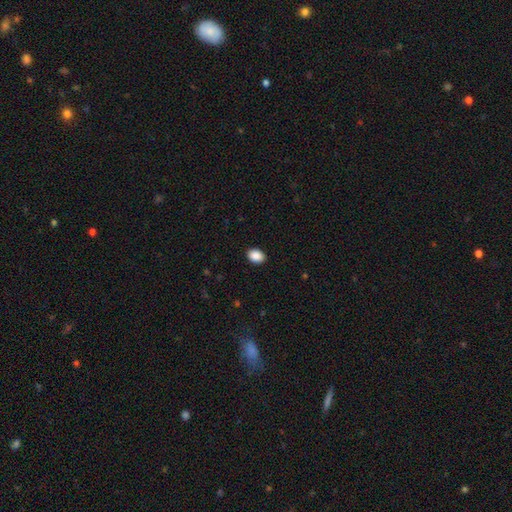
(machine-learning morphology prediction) Q: Smooth or featured?
A: smooth (90%); runner-up: star or artifact (8%)
Q: How rounded?
A: in between (75%); runner-up: round (24%)
Q: Merging?
A: none (90%); runner-up: minor disturbance (7%)